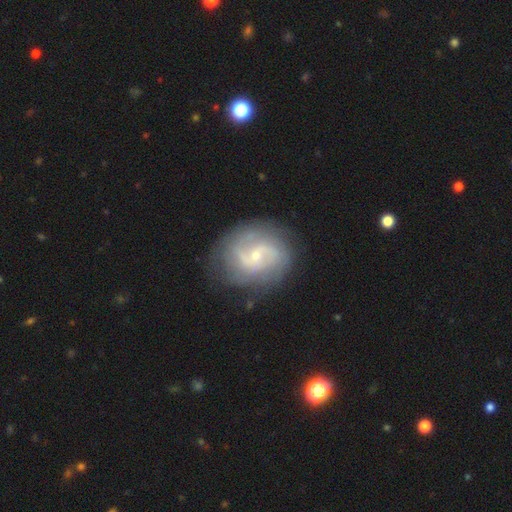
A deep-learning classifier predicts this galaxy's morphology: Q: Smooth or featured?
A: featured or disk (82%); runner-up: smooth (12%)
Q: Edge-on disk?
A: no (98%); runner-up: yes (2%)
Q: Bar?
A: no (46%); runner-up: weak (44%)
Q: Spiral arms?
A: yes (94%); runner-up: no (6%)
Q: Spiral winding?
A: medium (47%); runner-up: tight (30%)
Q: Spiral arm count?
A: 2 (70%); runner-up: can't tell (15%)
Q: Bulge size?
A: small (74%); runner-up: moderate (22%)
Q: Merging?
A: none (77%); runner-up: minor disturbance (15%)